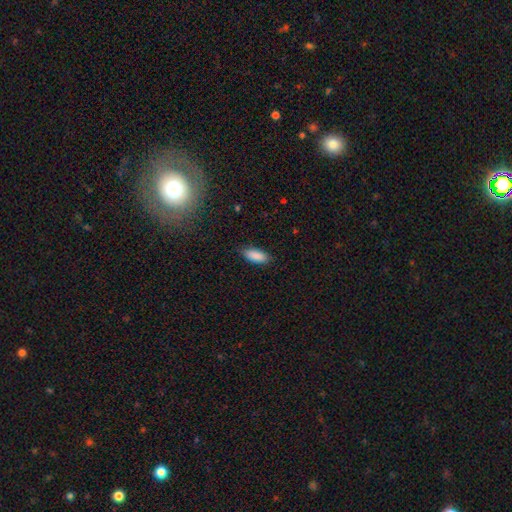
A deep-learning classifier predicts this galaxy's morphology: smooth-or-featured: smooth: 89% | star or artifact: 6% | featured or disk: 4%
  how-rounded: in between: 80% | cigar-shaped: 18% | round: 2%
  merging: none: 86% | minor disturbance: 11% | major disturbance: 2% | merger: 1%